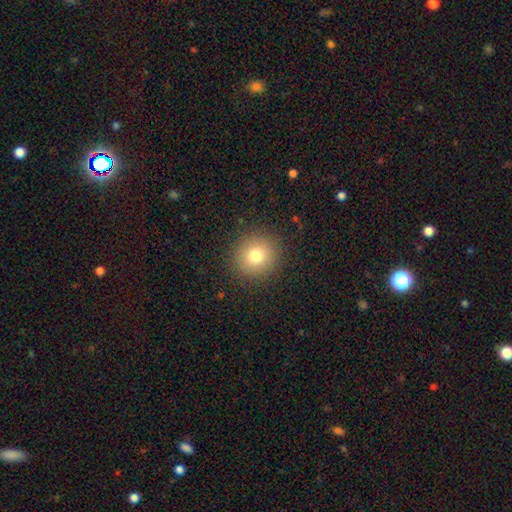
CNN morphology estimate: type=smooth (78%); roundness=round (90%); merging=none (90%).